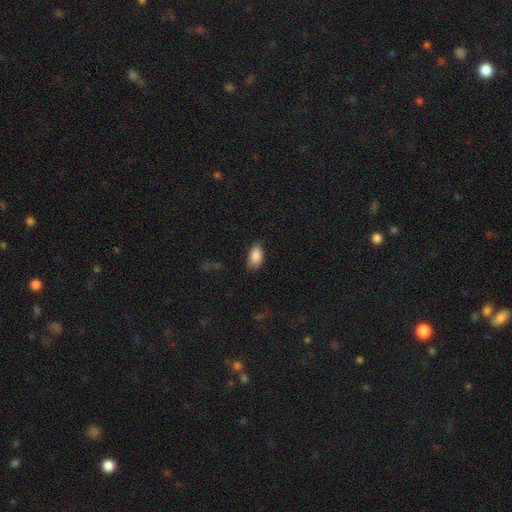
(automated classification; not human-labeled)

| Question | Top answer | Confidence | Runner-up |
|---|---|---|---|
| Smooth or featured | smooth | 88% | star or artifact (7%) |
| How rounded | in between | 93% | round (4%) |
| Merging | none | 79% | minor disturbance (17%) |